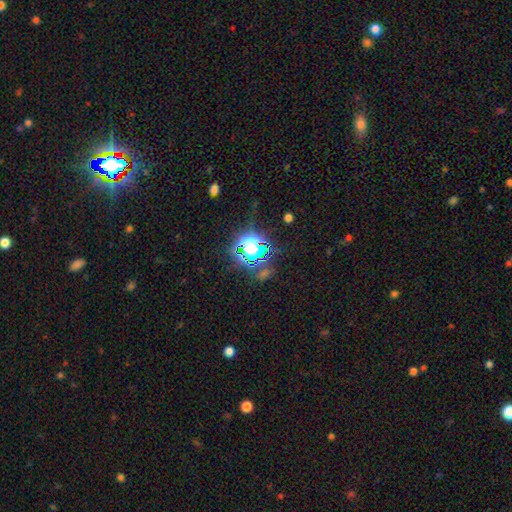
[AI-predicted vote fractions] smooth-or-featured: star or artifact: 79% | smooth: 14% | featured or disk: 8%